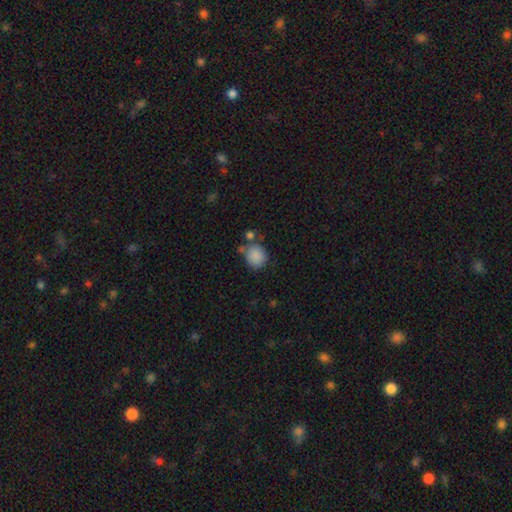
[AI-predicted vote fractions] Smooth or featured? smooth (86%)
How rounded? round (80%)
Merging? none (61%)